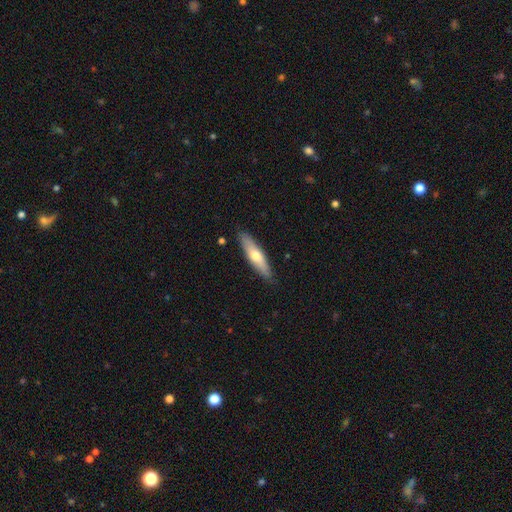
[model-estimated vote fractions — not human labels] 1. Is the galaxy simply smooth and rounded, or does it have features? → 56% smooth, 39% featured or disk, 5% star or artifact.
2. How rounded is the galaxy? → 73% cigar-shaped, 25% in between, 2% round.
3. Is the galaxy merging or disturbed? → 86% none, 11% minor disturbance, 2% major disturbance, 1% merger.